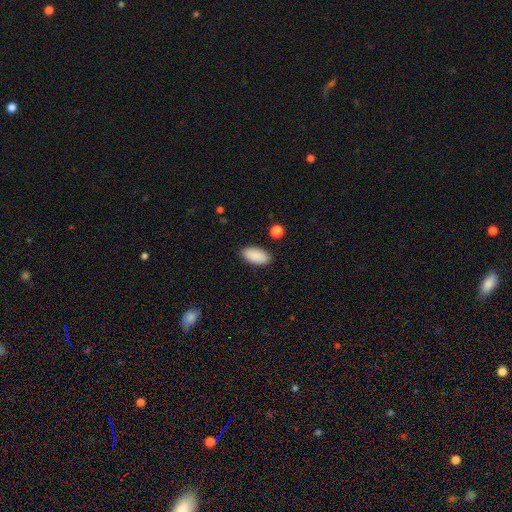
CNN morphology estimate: smooth_or_featured: smooth (p=0.90) [alt: star or artifact p=0.07]
how_rounded: in between (p=0.93) [alt: cigar-shaped p=0.05]
merging: none (p=0.88) [alt: minor disturbance p=0.09]